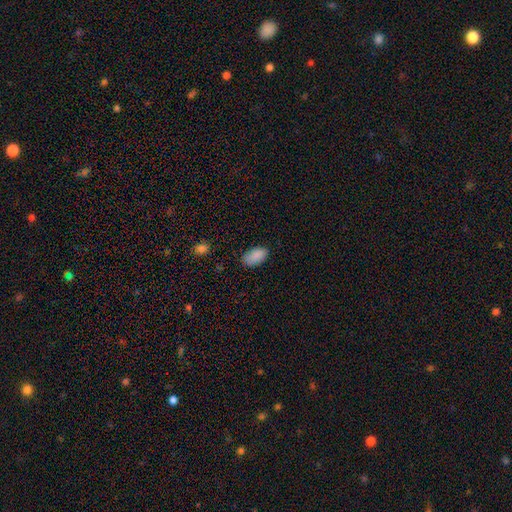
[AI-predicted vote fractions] Overall: smooth (89%). How rounded: in between (94%). Merging: none (79%).